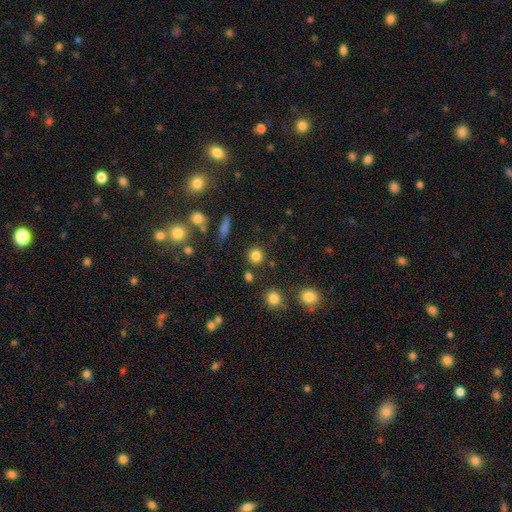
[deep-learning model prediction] Q: Smooth or featured?
A: smooth (82%); runner-up: star or artifact (13%)
Q: How rounded?
A: round (90%); runner-up: in between (8%)
Q: Merging?
A: none (85%); runner-up: minor disturbance (7%)